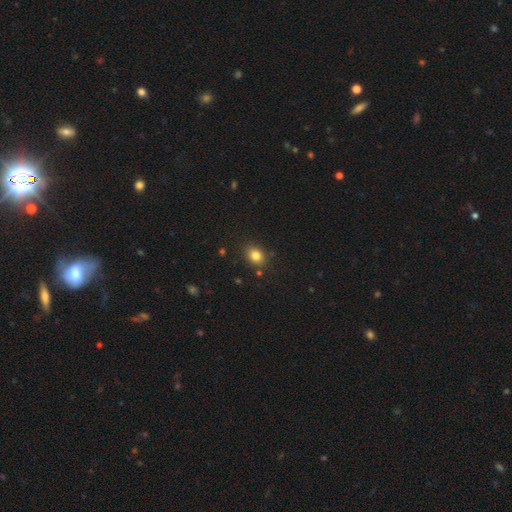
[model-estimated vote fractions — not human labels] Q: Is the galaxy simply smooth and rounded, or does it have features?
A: smooth — 82%.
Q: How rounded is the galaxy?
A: round — 54%.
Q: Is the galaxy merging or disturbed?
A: none — 84%.